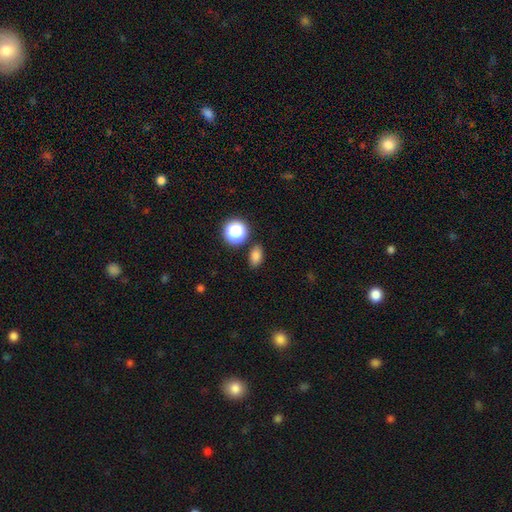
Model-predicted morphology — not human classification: Overall: smooth (80%). How rounded: in between (77%). Merging: none (84%).